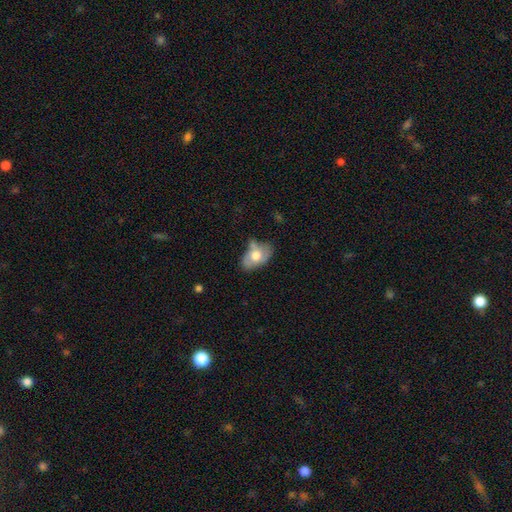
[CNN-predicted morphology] Smooth or featured? Predicted: smooth (p=0.62). How rounded? Predicted: in between (p=0.89). Merging? Predicted: none (p=0.45).